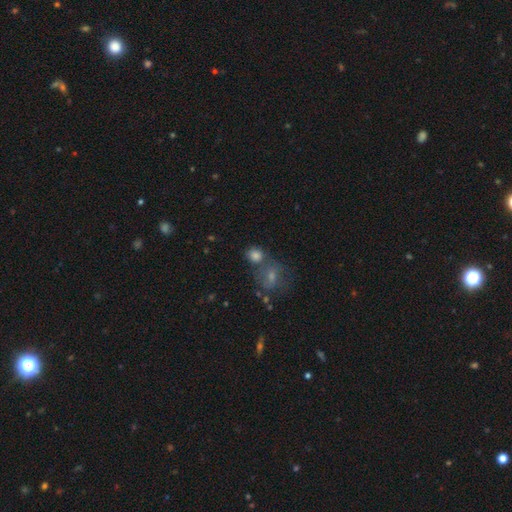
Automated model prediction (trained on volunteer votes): The model was most divided on "merging": none: 49%, merger: 33%, minor disturbance: 12%, major disturbance: 5%. More confident: smooth or featured — smooth (75%); how rounded — round (71%).